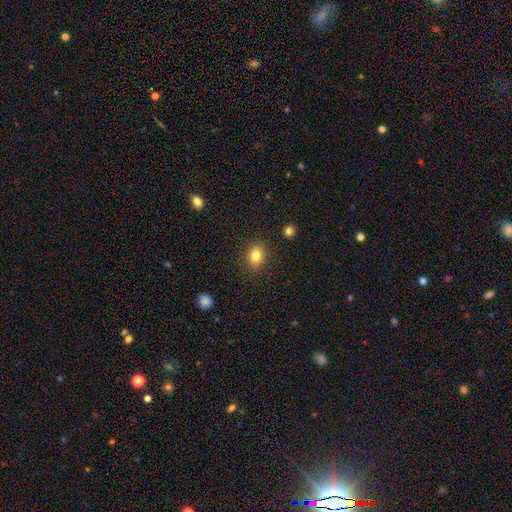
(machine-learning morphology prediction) This appears to be a smooth galaxy with no disk features (82%) that is round (57%). Merging: none (87%).